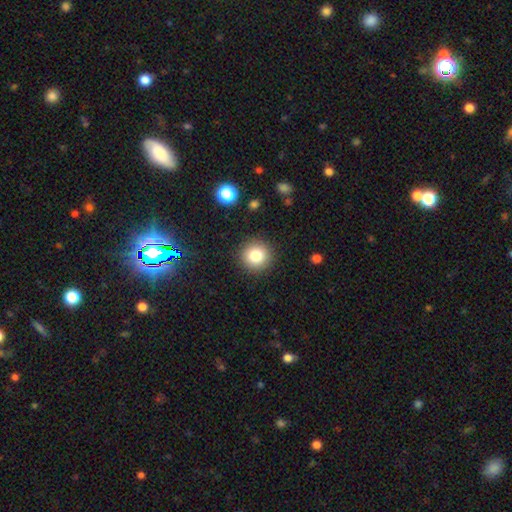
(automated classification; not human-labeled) A smooth galaxy with no disk features (80%) that is round (94%).

Vote fractions:
- Smooth or featured? smooth: 80% / star or artifact: 12% / featured or disk: 8%
- How rounded? round: 94% / in between: 5% / cigar-shaped: 1%
- Merging? none: 90% / minor disturbance: 6% / major disturbance: 2% / merger: 1%